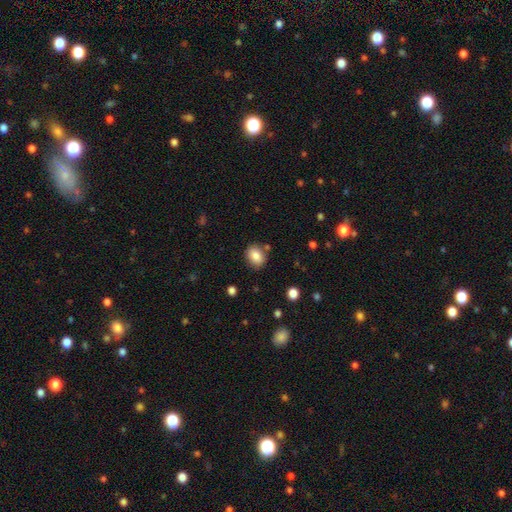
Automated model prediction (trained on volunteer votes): smooth-or-featured: smooth: 84% | star or artifact: 9% | featured or disk: 7%
  how-rounded: in between: 60% | round: 39% | cigar-shaped: 1%
  merging: none: 81% | minor disturbance: 11% | merger: 4% | major disturbance: 3%